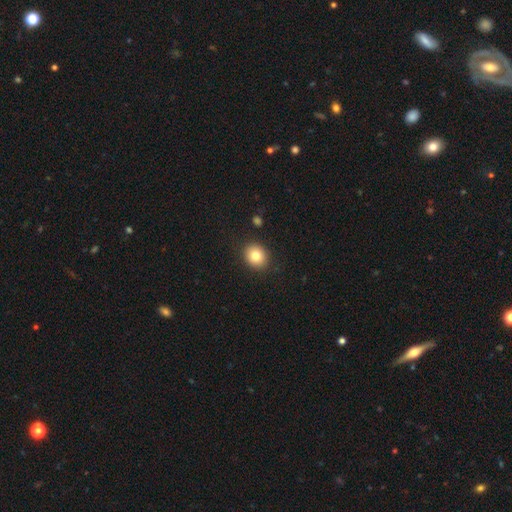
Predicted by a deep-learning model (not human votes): Overall: smooth (81%). How rounded: round (69%; in between 30%). Merging: none (89%).